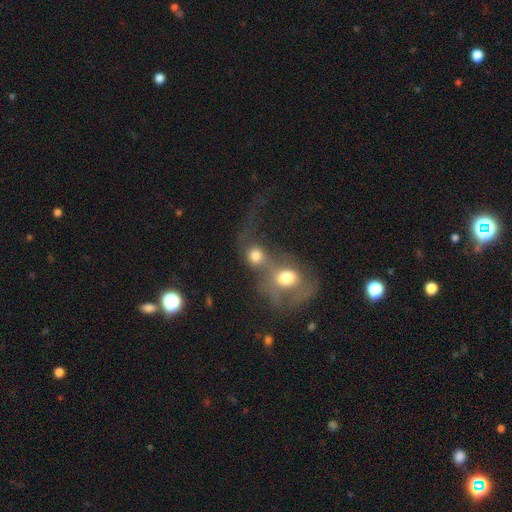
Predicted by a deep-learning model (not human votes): This appears to be a smooth galaxy with no disk features (64%) that is round (72%). Merging: merger (75%).